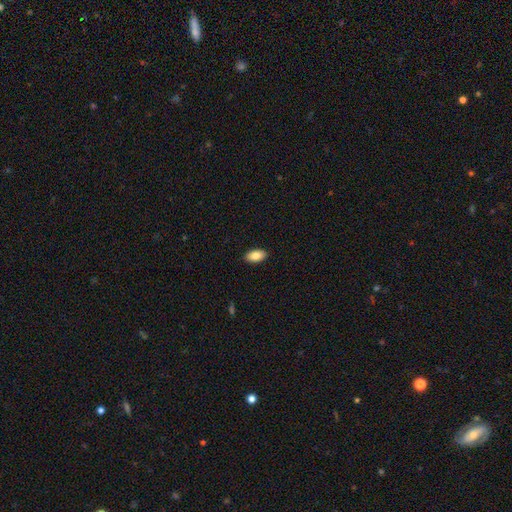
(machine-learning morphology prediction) type=smooth (85%); roundness=in between (94%); merging=none (90%).